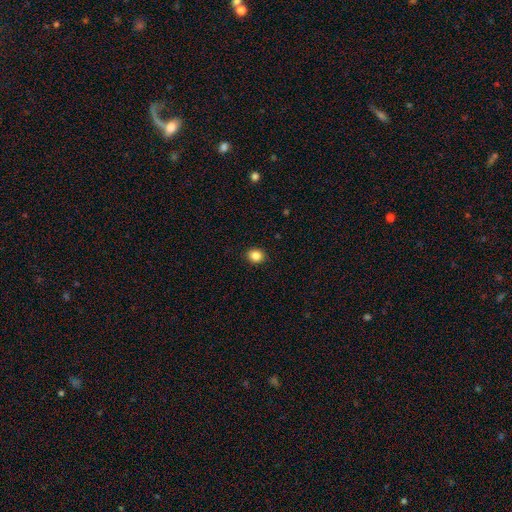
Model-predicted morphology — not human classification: Overall: smooth (86%). How rounded: round (69%; in between 30%). Merging: none (91%).